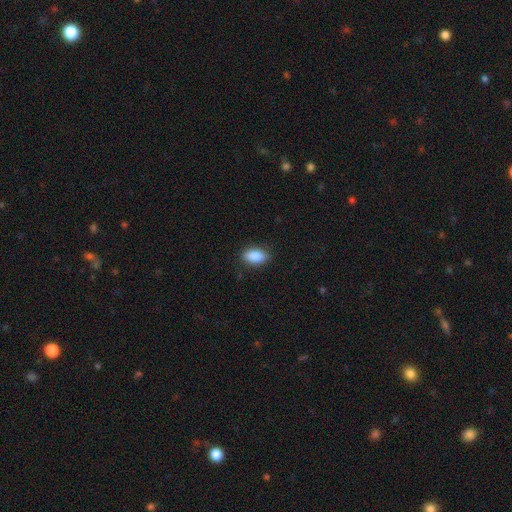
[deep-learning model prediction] smooth-or-featured: smooth: 88% | star or artifact: 7% | featured or disk: 5%
  how-rounded: in between: 90% | round: 6% | cigar-shaped: 4%
  merging: none: 85% | minor disturbance: 11% | major disturbance: 2% | merger: 1%